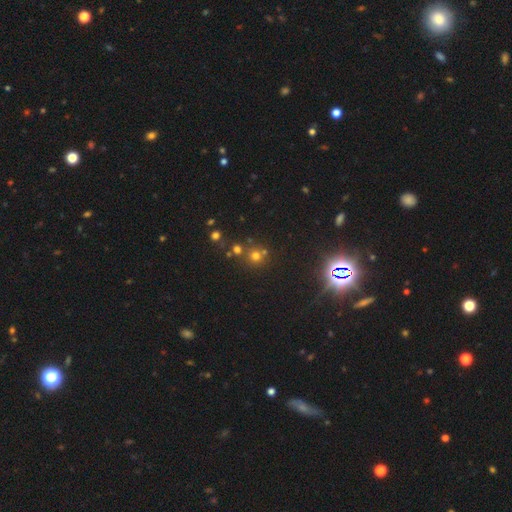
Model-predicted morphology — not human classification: smooth_or_featured: smooth (p=0.61) [alt: star or artifact p=0.29]
how_rounded: round (p=0.91) [alt: in between p=0.08]
merging: none (p=0.68) [alt: merger p=0.20]